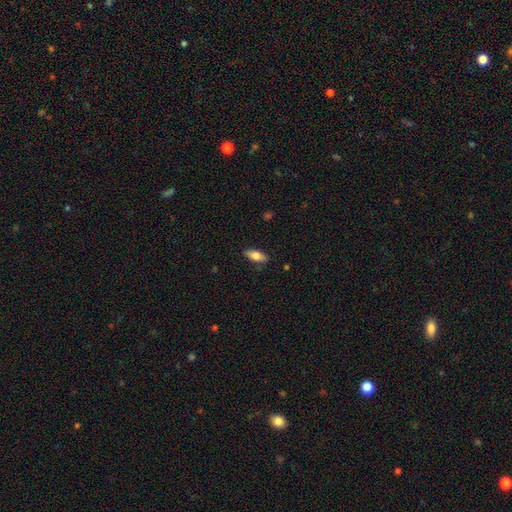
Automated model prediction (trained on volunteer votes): Smooth or featured? Predicted: smooth (p=0.75). How rounded? Predicted: in between (p=0.79). Merging? Predicted: none (p=0.87).